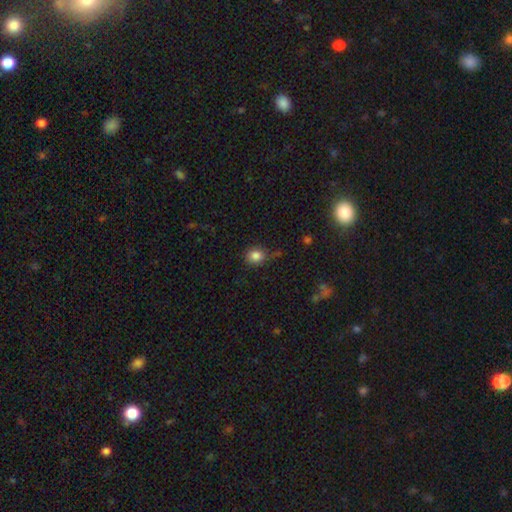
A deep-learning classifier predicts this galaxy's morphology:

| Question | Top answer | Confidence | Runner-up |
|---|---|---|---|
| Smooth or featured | smooth | 84% | star or artifact (11%) |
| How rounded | round | 75% | in between (24%) |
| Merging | none | 73% | minor disturbance (19%) |